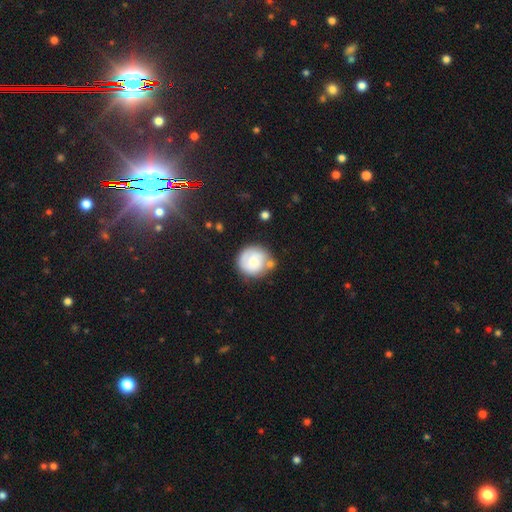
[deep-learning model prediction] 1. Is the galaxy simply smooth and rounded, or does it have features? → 57% smooth, 37% featured or disk, 7% star or artifact.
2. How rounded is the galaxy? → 89% round, 10% in between, 1% cigar-shaped.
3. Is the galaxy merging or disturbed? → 63% none, 19% minor disturbance, 11% merger, 7% major disturbance.